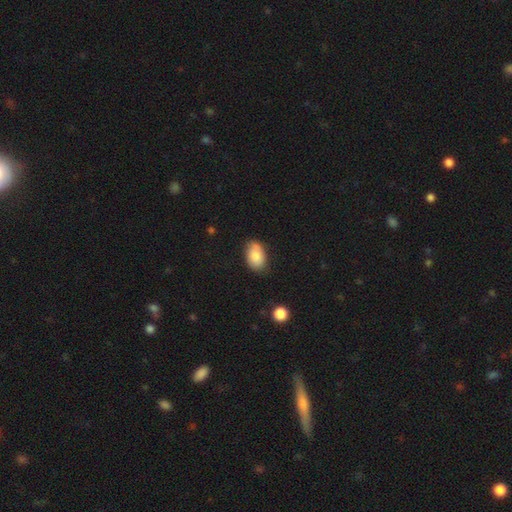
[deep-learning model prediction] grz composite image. It shows a smooth galaxy with no disk features (82%) that is in between round and cigar-shaped (89%). Merging: none (71%).